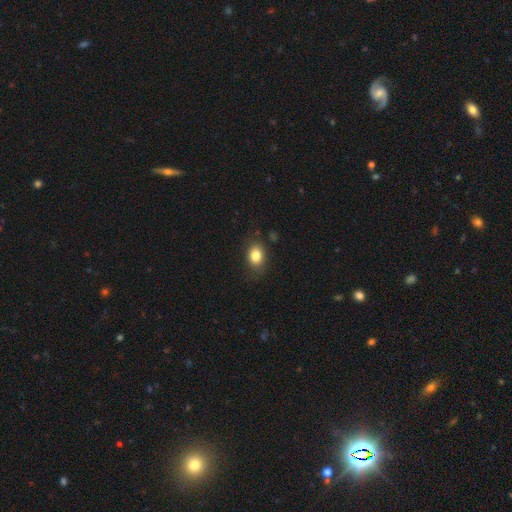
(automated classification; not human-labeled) This appears to be a smooth galaxy with no disk features (82%) that is in between round and cigar-shaped (63%). Merging: none (80%).